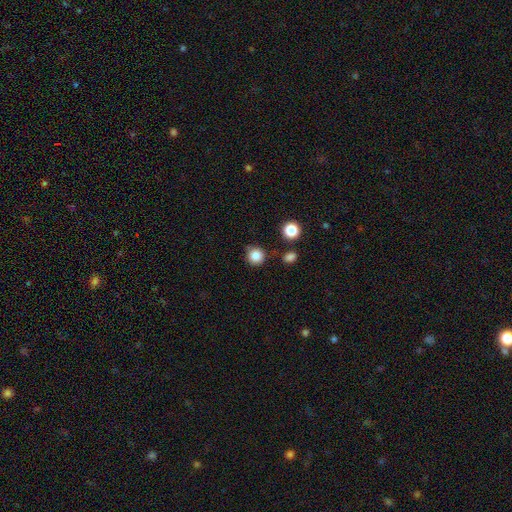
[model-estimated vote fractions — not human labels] Q: Smooth or featured?
A: smooth (85%); runner-up: star or artifact (11%)
Q: How rounded?
A: round (93%); runner-up: in between (6%)
Q: Merging?
A: none (78%); runner-up: minor disturbance (14%)